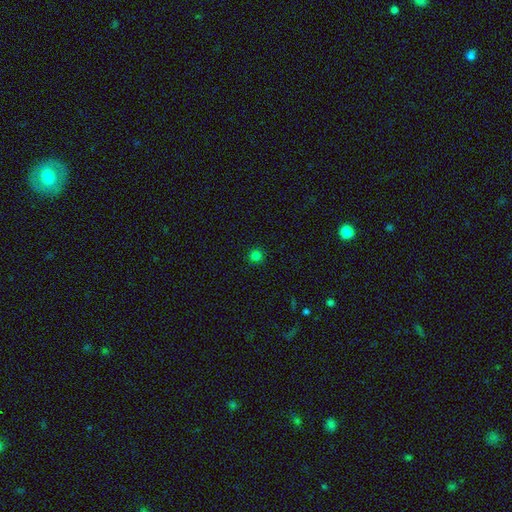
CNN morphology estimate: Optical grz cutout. It shows a smooth galaxy with no disk features (80%) that is round (95%). Merging: none (92%).